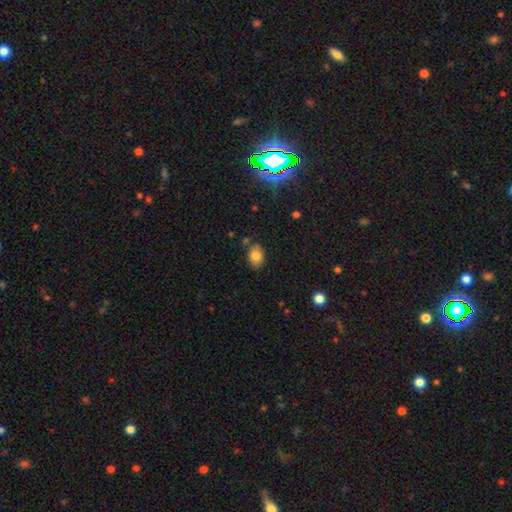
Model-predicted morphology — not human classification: A smooth galaxy with no disk features (82%) that is in between round and cigar-shaped (81%).

Vote fractions:
- Smooth or featured? smooth: 82% / star or artifact: 9% / featured or disk: 9%
- How rounded? in between: 81% / round: 18% / cigar-shaped: 1%
- Merging? none: 78% / minor disturbance: 14% / merger: 5% / major disturbance: 3%